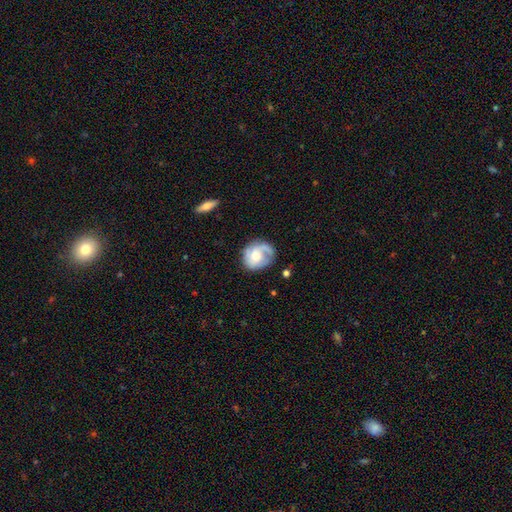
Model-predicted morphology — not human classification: smooth_or_featured: featured or disk (p=0.61) [alt: smooth p=0.33]
disk_edge_on: no (p=0.97) [alt: yes p=0.03]
bar: no (p=0.67) [alt: weak p=0.28]
has_spiral_arms: yes (p=0.85) [alt: no p=0.15]
spiral_winding: tight (p=0.41) [alt: medium p=0.38]
spiral_arm_count: 1 (p=0.35) [alt: 2 p=0.33]
bulge_size: moderate (p=0.39) [alt: large p=0.31]
merging: none (p=0.63) [alt: minor disturbance p=0.22]